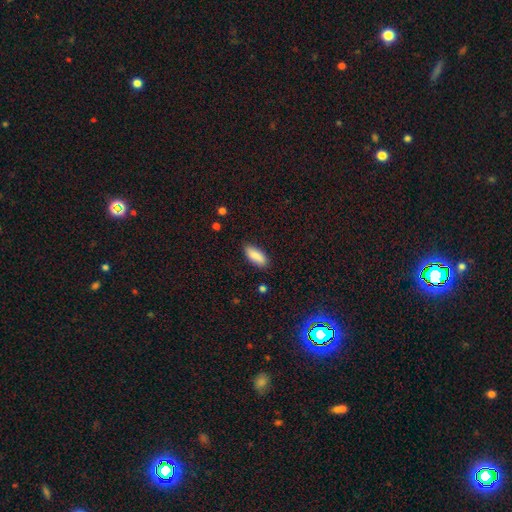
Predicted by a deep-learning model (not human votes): This is clearly a smooth galaxy (87%). How rounded: likely in between (78%). Merging: clearly none (84%).